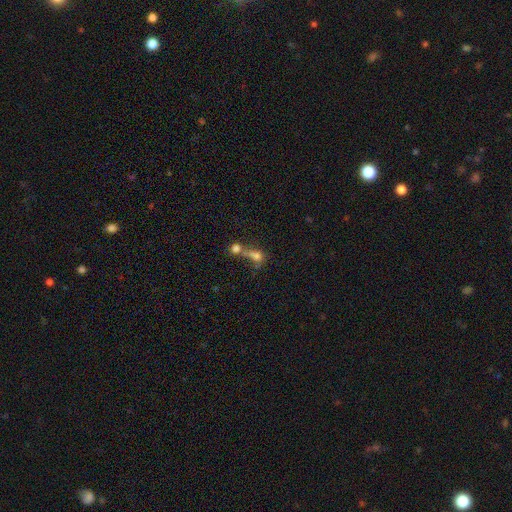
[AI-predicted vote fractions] This is likely a smooth galaxy (68%). How rounded: possibly round (57%). Merging: possibly merger (58%).